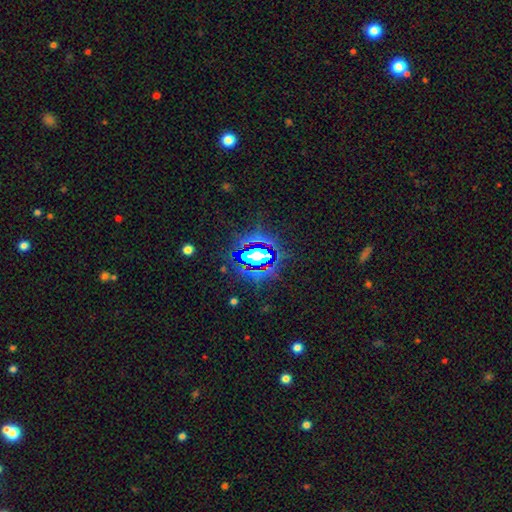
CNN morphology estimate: A star or artifact, not a galaxy (75%).

Vote fractions:
- Smooth or featured? star or artifact: 75% / smooth: 13% / featured or disk: 11%